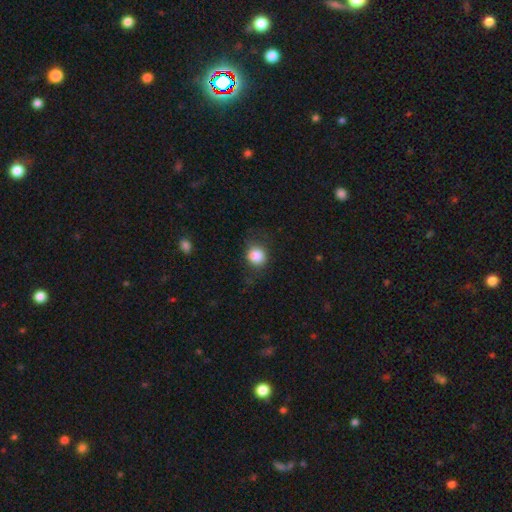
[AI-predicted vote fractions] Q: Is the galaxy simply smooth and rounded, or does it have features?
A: smooth — 85%.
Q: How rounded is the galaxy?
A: round — 75%.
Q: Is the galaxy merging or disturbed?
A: none — 70%.